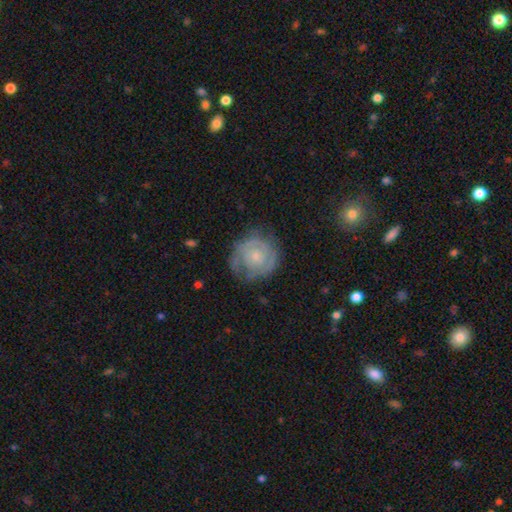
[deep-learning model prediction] Smooth or featured: featured or disk — 63% (smooth — 30%)
Edge-on disk: no — 98% (yes — 2%)
Bar: no — 83% (weak — 15%)
Spiral arms: yes — 72% (no — 28%)
Bulge size: small — 62% (moderate — 28%)
Merging: none — 65% (minor disturbance — 23%)